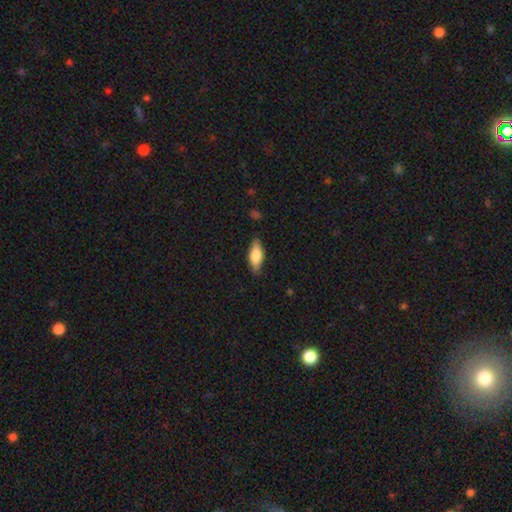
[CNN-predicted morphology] Overall: smooth (68%). How rounded: in between (72%). Merging: none (82%).